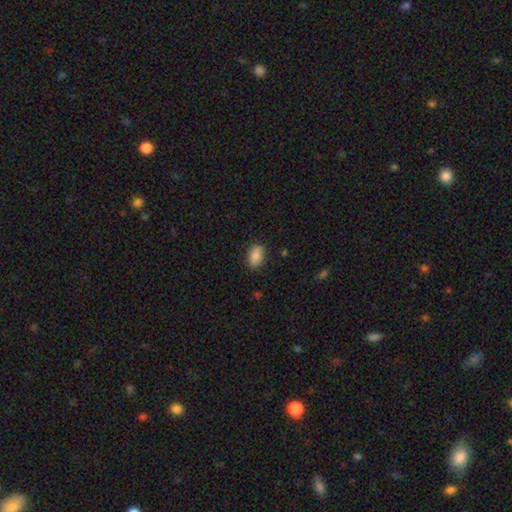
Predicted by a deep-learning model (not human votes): Smooth or featured?
  - smooth: 89% *
  - star or artifact: 7%
  - featured or disk: 4%
How rounded?
  - in between: 89% *
  - round: 9%
  - cigar-shaped: 1%
Merging?
  - none: 86% *
  - minor disturbance: 10%
  - major disturbance: 3%
  - merger: 1%